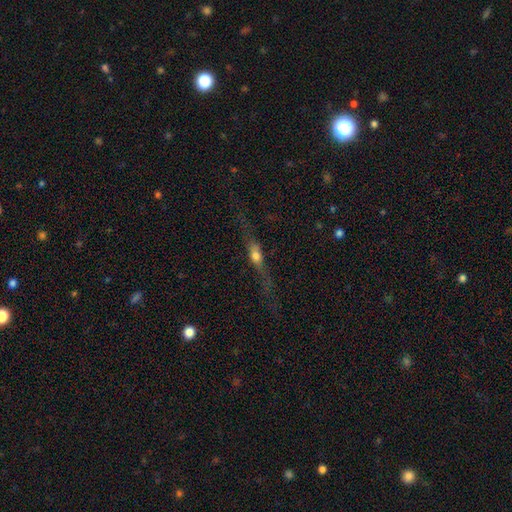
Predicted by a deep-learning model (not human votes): Morphology: type=featured or disk (50%); merging=none (62%).